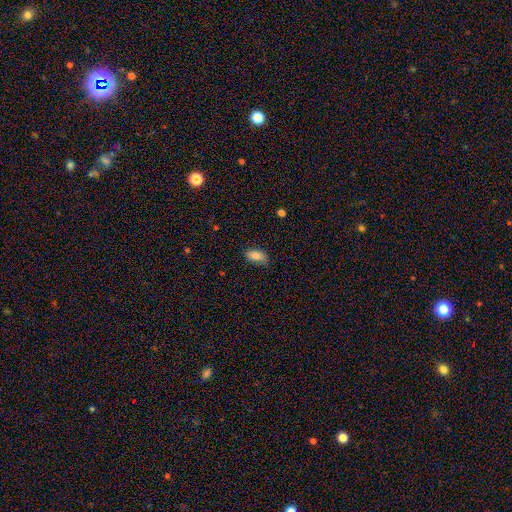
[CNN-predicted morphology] Smooth or featured?
  - smooth: 83% *
  - featured or disk: 9%
  - star or artifact: 8%
How rounded?
  - in between: 91% *
  - round: 5%
  - cigar-shaped: 4%
Merging?
  - none: 75% *
  - minor disturbance: 20%
  - major disturbance: 3%
  - merger: 1%